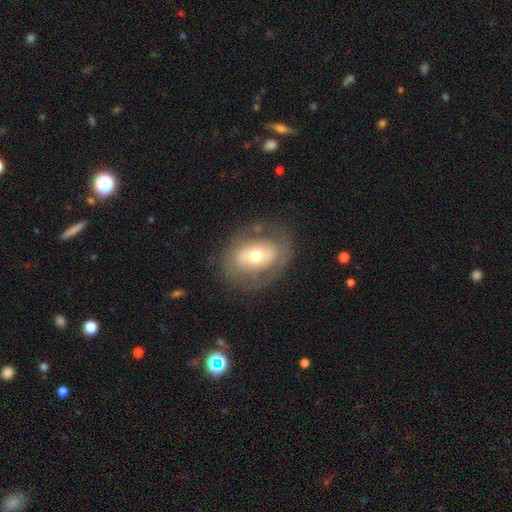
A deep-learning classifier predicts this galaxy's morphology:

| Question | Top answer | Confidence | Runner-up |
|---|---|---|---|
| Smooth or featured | featured or disk | 51% | smooth (41%) |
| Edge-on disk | no | 92% | yes (8%) |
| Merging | none | 73% | minor disturbance (15%) |